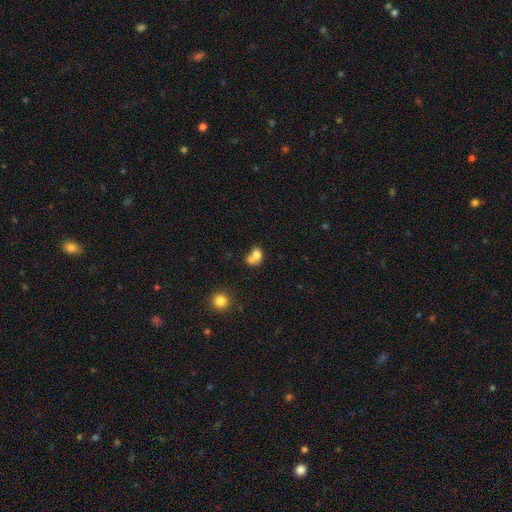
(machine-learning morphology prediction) Smooth or featured?
  - smooth: 74% *
  - featured or disk: 16%
  - star or artifact: 11%
How rounded?
  - in between: 50% *
  - round: 49%
  - cigar-shaped: 1%
Merging?
  - merger: 63% *
  - none: 23%
  - minor disturbance: 8%
  - major disturbance: 5%